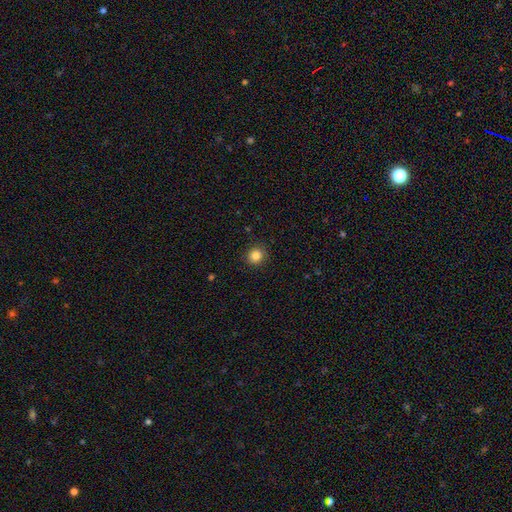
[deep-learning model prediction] A smooth galaxy with no disk features (84%) that is round (88%). Merging: none (89%).